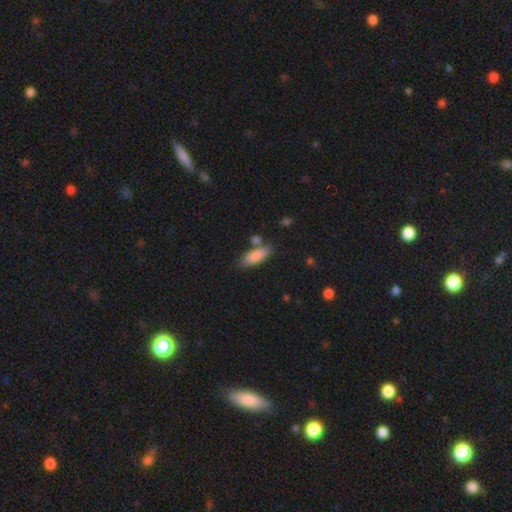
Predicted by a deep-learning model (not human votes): smooth_or_featured: smooth (p=0.86) [alt: featured or disk p=0.08]
how_rounded: in between (p=0.62) [alt: cigar-shaped p=0.36]
merging: none (p=0.72) [alt: minor disturbance p=0.13]